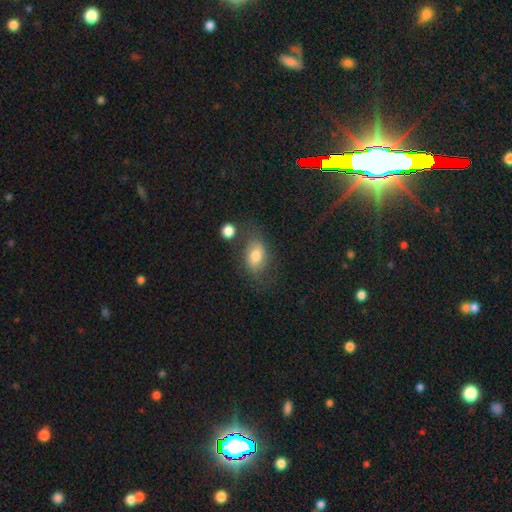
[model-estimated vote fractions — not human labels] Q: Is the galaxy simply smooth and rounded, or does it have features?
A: smooth — 69%.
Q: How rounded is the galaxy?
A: in between — 81%.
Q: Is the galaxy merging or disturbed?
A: none — 60%.